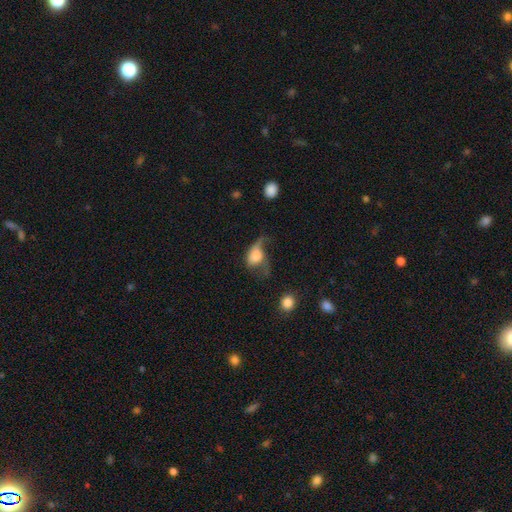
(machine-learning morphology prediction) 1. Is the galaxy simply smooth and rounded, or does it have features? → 53% smooth, 37% featured or disk, 9% star or artifact.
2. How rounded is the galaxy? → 67% in between, 30% round, 3% cigar-shaped.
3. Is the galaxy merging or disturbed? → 53% major disturbance, 21% minor disturbance, 20% none, 6% merger.